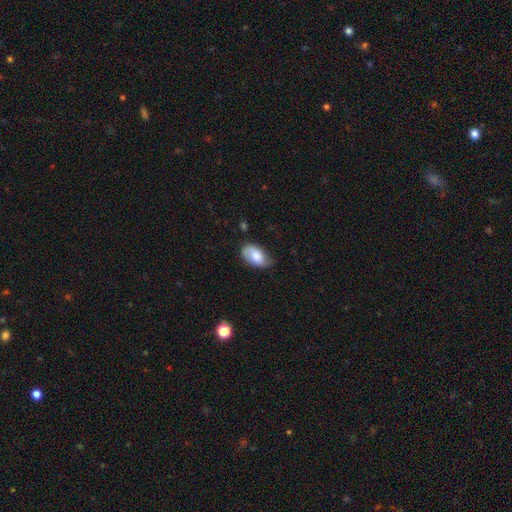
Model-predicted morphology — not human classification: This is likely a smooth galaxy (70%). How rounded: clearly in between (93%). Merging: possibly none (56%).